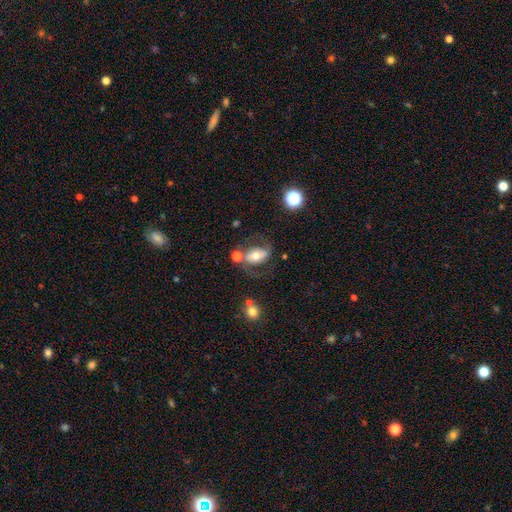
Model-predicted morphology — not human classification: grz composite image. It shows a featured or disk galaxy (53%) with no bar (53%), spiral arms (72%) and a moderate central bulge (66%). Merging: none (50%).